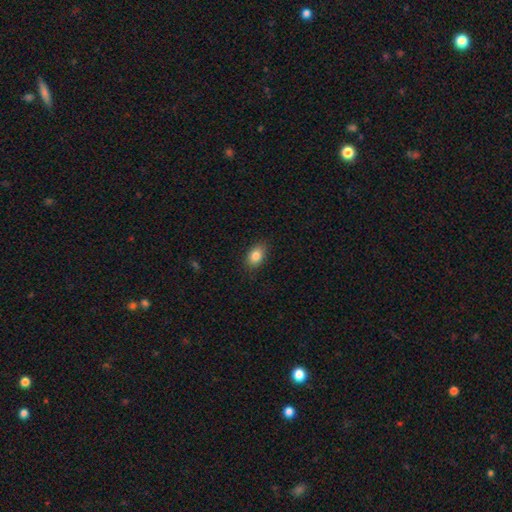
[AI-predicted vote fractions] smooth 84%, star or artifact 9%, featured or disk 7%. Down the decision tree: how rounded — in between (84%); merging — none (86%).